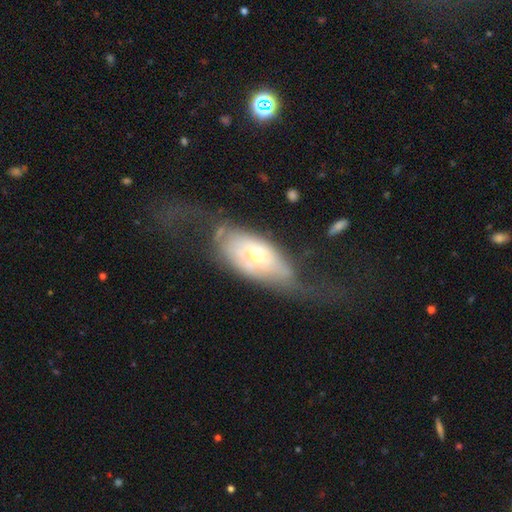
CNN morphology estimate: Overall: featured or disk (56%; smooth 36%). Edge-on disk: no (83%). Merging: major disturbance (42%; none 31%).